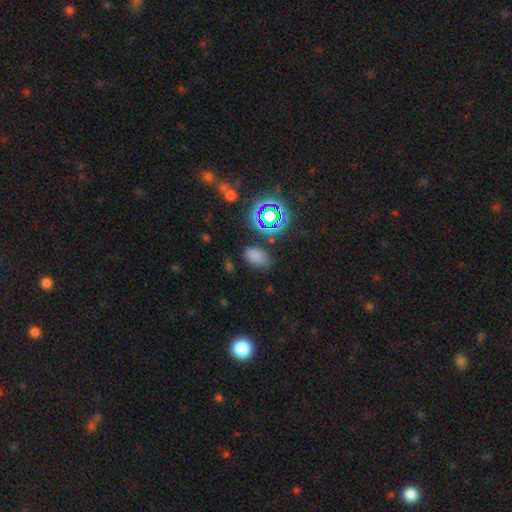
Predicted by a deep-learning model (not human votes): The model was most divided on "smooth or featured": smooth: 70%, star or artifact: 23%, featured or disk: 7%. More confident: how rounded — in between (88%); merging — none (78%).